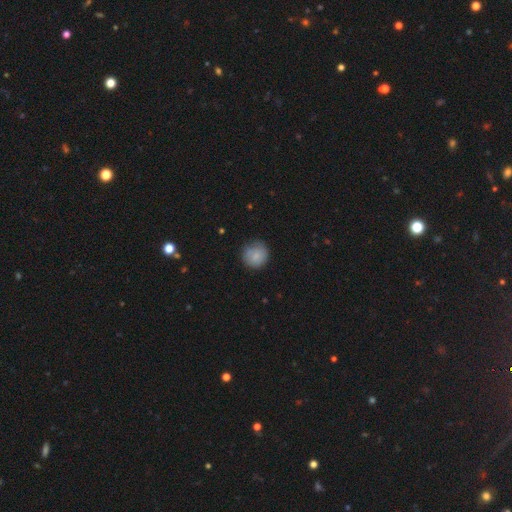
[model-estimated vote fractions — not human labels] smooth_or_featured: smooth (p=0.79) [alt: featured or disk p=0.14]
how_rounded: round (p=0.89) [alt: in between p=0.10]
merging: none (p=0.72) [alt: minor disturbance p=0.21]